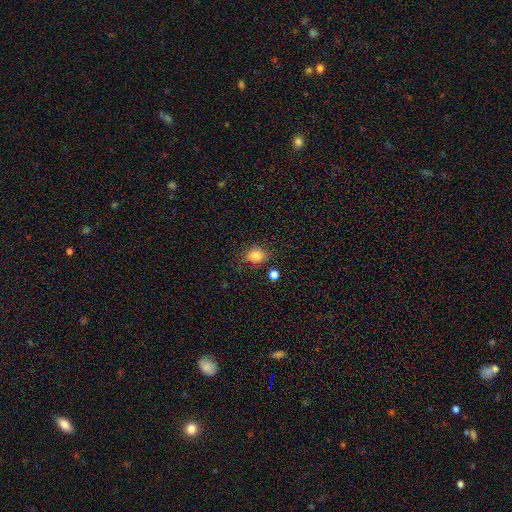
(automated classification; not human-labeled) Smooth or featured?
  - smooth: 83% *
  - star or artifact: 12%
  - featured or disk: 6%
How rounded?
  - round: 59% *
  - in between: 40%
  - cigar-shaped: 1%
Merging?
  - none: 77% *
  - minor disturbance: 15%
  - merger: 5%
  - major disturbance: 4%